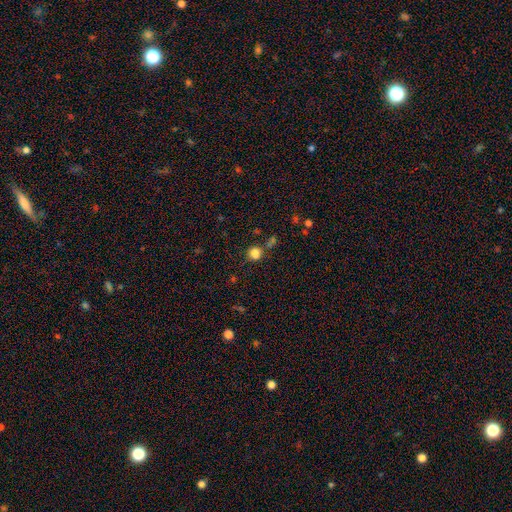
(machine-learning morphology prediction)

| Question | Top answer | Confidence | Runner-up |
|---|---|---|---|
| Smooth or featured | smooth | 80% | star or artifact (15%) |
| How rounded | round | 83% | in between (16%) |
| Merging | none | 69% | minor disturbance (14%) |